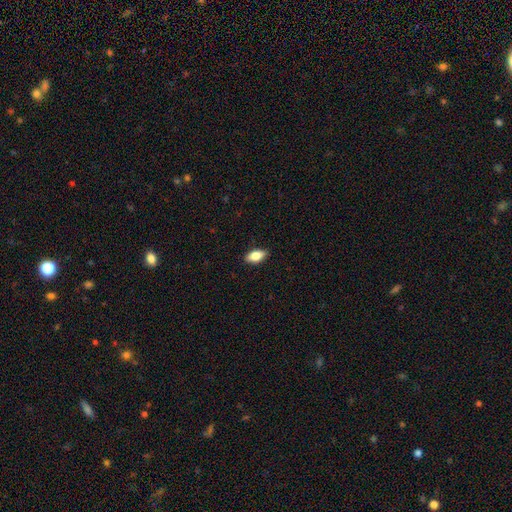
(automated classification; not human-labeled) Smooth or featured? Predicted: smooth (p=0.80). How rounded? Predicted: in between (p=0.89). Merging? Predicted: none (p=0.88).